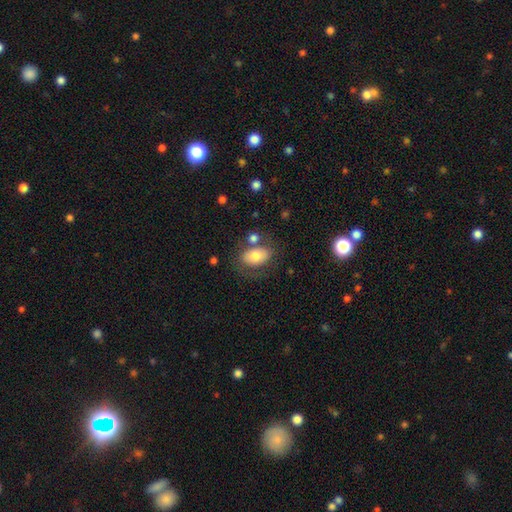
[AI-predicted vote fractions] Smooth or featured? Predicted: smooth (p=0.74). How rounded? Predicted: in between (p=0.87). Merging? Predicted: none (p=0.61).